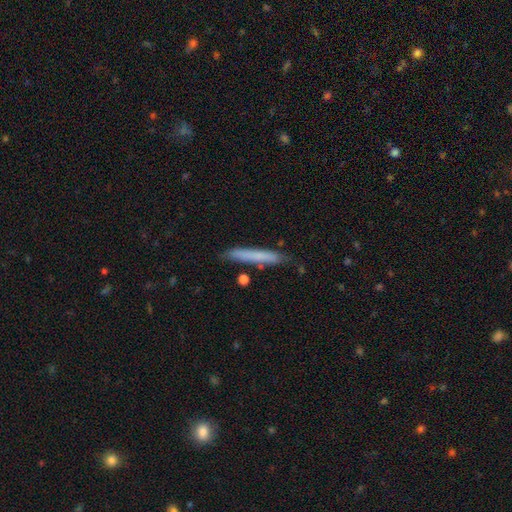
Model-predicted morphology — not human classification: Q: Smooth or featured?
A: smooth (71%); runner-up: featured or disk (23%)
Q: How rounded?
A: cigar-shaped (95%); runner-up: in between (4%)
Q: Merging?
A: none (82%); runner-up: minor disturbance (13%)